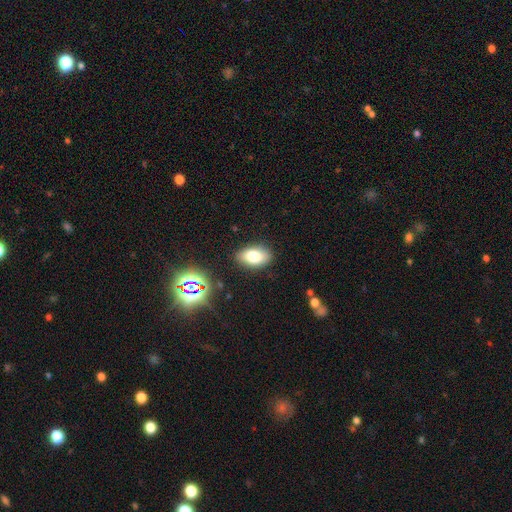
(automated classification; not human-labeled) Smooth or featured?
  - smooth: 76% *
  - featured or disk: 12%
  - star or artifact: 12%
How rounded?
  - in between: 90% *
  - round: 8%
  - cigar-shaped: 2%
Merging?
  - none: 85% *
  - minor disturbance: 11%
  - major disturbance: 3%
  - merger: 2%